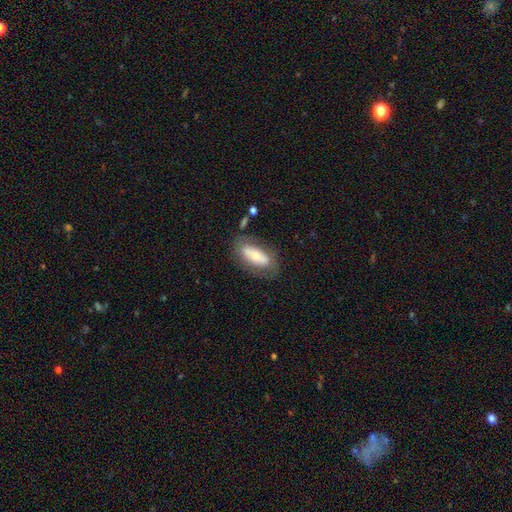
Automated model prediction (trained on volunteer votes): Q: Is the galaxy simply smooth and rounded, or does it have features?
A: smooth — 54%.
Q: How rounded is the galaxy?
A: in between — 81%.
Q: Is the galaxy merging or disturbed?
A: none — 74%.